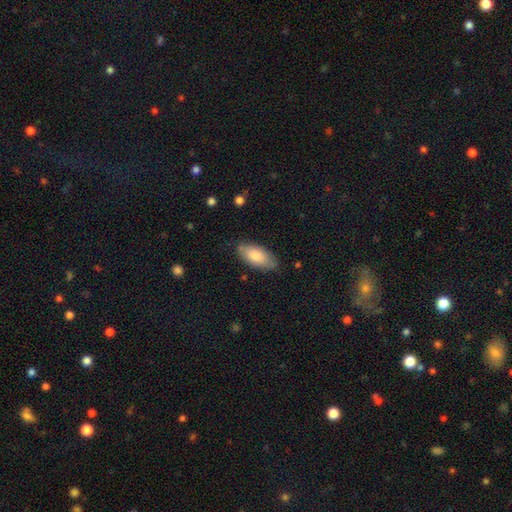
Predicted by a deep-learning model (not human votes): Smooth or featured? Predicted: smooth (p=0.81). How rounded? Predicted: in between (p=0.90). Merging? Predicted: none (p=0.79).